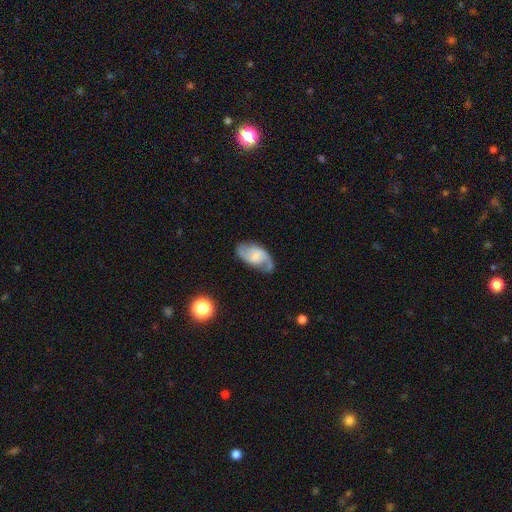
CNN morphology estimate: Smooth or featured? featured or disk (76%)
Edge-on disk? no (96%)
Bar? no (45%)
Spiral arms? yes (95%)
Spiral winding? medium (47%)
Spiral arm count? 2 (89%)
Bulge size? small (42%)
Merging? none (74%)